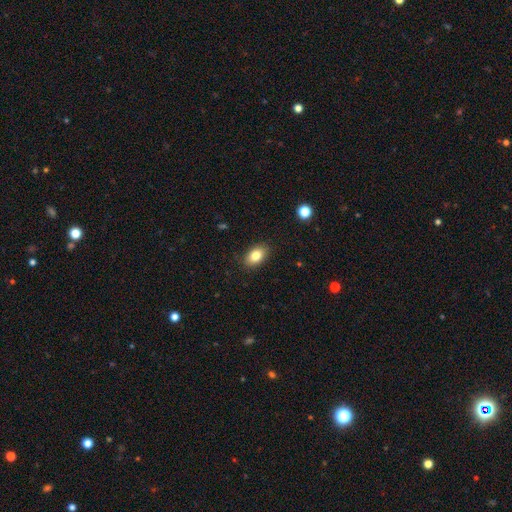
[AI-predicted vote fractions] This is clearly a smooth galaxy (82%). How rounded: clearly in between (86%). Merging: clearly none (88%).